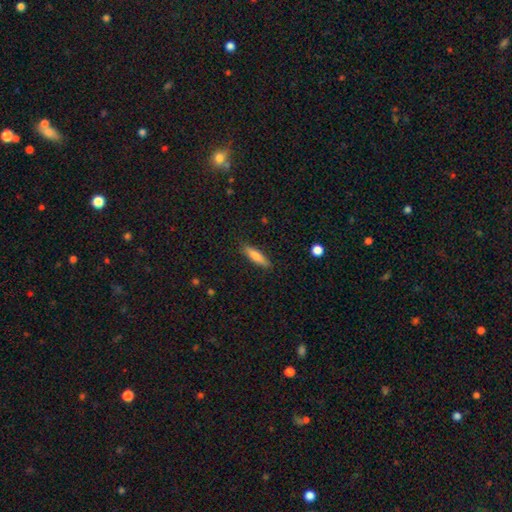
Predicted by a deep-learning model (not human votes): smooth_or_featured: smooth (p=0.77) [alt: featured or disk p=0.17]
how_rounded: cigar-shaped (p=0.72) [alt: in between p=0.26]
merging: none (p=0.88) [alt: minor disturbance p=0.09]